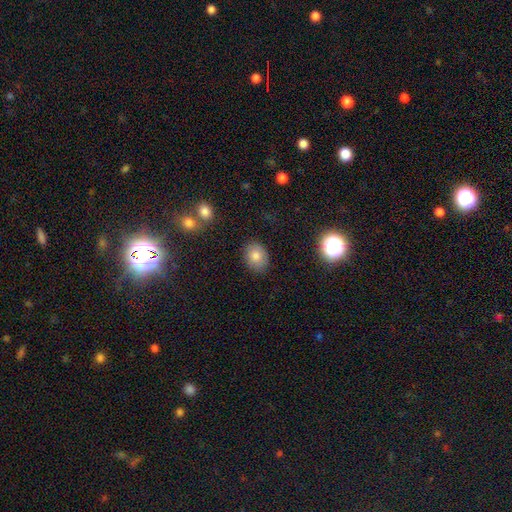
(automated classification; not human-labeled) The model was most divided on "how rounded": in between: 59%, round: 40%, cigar-shaped: 1%. More confident: merging — none (85%); smooth or featured — smooth (80%).